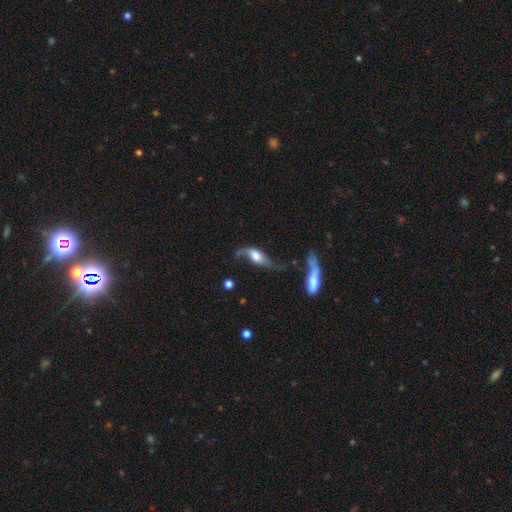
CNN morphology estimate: This appears to be a featured or disk galaxy (59%). Merging: none (31%).